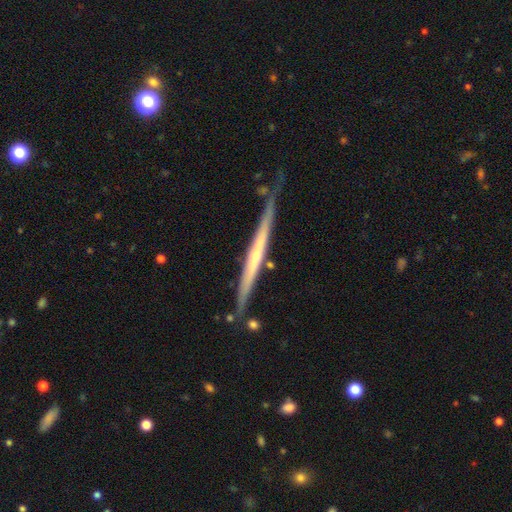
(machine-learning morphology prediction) Overall: featured or disk (69%). Edge-on disk: yes (96%). Edge-on bulge: none (55%; rounded 41%). Merging: none (75%).